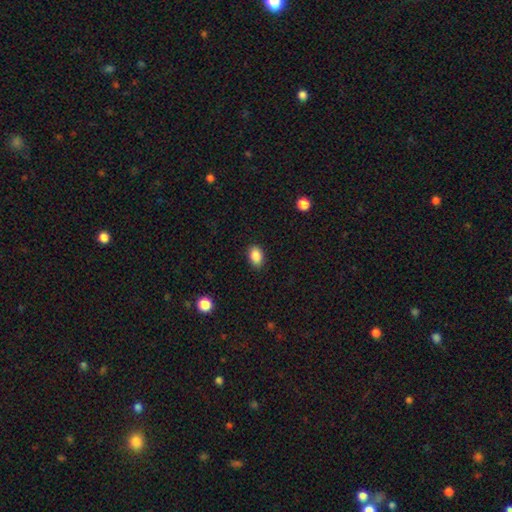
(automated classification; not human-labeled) Smooth or featured?
  - smooth: 88% *
  - star or artifact: 9%
  - featured or disk: 4%
How rounded?
  - in between: 84% *
  - round: 15%
  - cigar-shaped: 1%
Merging?
  - none: 86% *
  - minor disturbance: 11%
  - major disturbance: 2%
  - merger: 1%